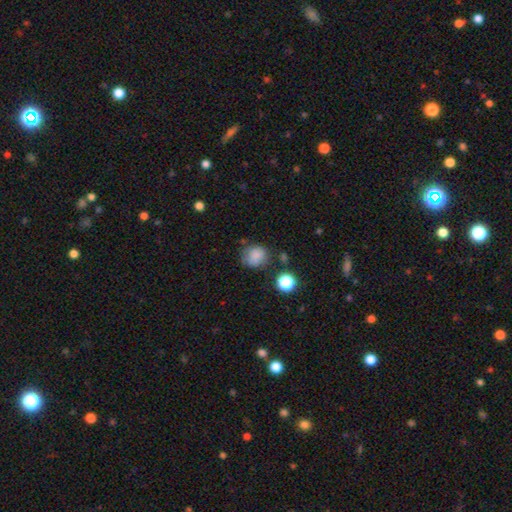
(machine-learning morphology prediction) smooth_or_featured: smooth (p=0.80) [alt: star or artifact p=0.12]
how_rounded: round (p=0.76) [alt: in between p=0.23]
merging: none (p=0.64) [alt: minor disturbance p=0.22]